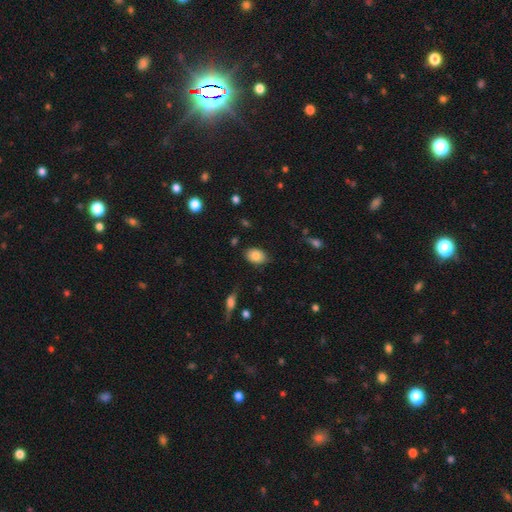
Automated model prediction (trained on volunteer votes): Smooth or featured?
  - smooth: 81% *
  - featured or disk: 11%
  - star or artifact: 8%
How rounded?
  - in between: 83% *
  - round: 15%
  - cigar-shaped: 1%
Merging?
  - none: 79% *
  - minor disturbance: 16%
  - major disturbance: 3%
  - merger: 2%